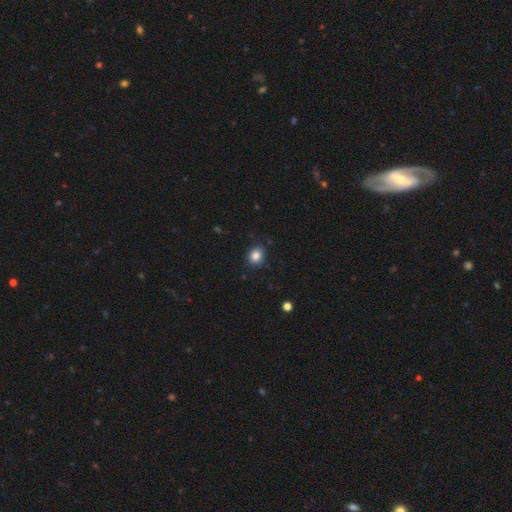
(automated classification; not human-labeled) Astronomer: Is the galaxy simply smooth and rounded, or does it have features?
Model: smooth — 84%.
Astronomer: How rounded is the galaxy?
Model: round — 70%.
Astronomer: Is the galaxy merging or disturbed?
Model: none — 86%.